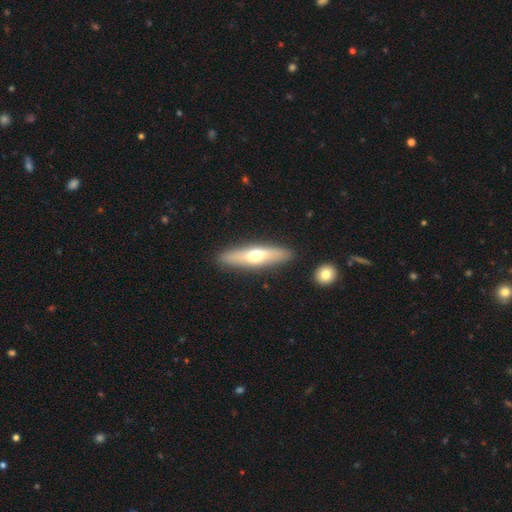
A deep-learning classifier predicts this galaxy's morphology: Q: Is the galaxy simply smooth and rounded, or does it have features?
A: smooth — 53%.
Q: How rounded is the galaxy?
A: cigar-shaped — 71%.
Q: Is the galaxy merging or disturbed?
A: none — 87%.